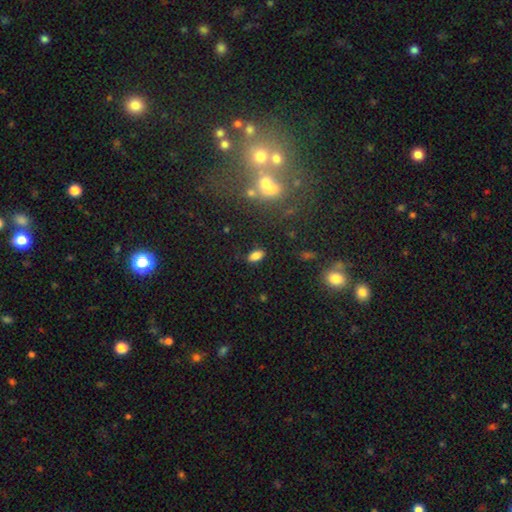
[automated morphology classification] Q: Smooth or featured?
A: smooth (82%); runner-up: star or artifact (12%)
Q: How rounded?
A: in between (91%); runner-up: round (5%)
Q: Merging?
A: none (85%); runner-up: minor disturbance (10%)